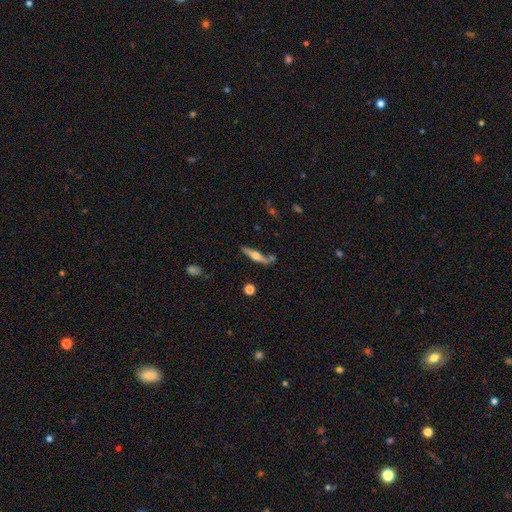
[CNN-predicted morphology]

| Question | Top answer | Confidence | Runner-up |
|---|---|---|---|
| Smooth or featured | featured or disk | 60% | smooth (34%) |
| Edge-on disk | yes | 95% | no (5%) |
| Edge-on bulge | rounded | 89% | boxy (6%) |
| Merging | none | 69% | minor disturbance (16%) |